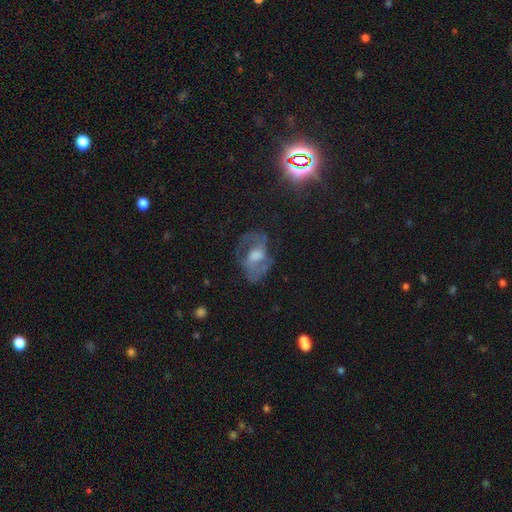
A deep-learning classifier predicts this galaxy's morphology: A featured or disk galaxy (70%) with a weak bar (45%), 2 (72%) medium (51%) spiral arms (82%) and a moderate central bulge (45%).

Vote fractions:
- Smooth or featured? featured or disk: 70% / smooth: 16% / star or artifact: 14%
- Edge-on disk? no: 96% / yes: 4%
- Bar? weak: 45% / no: 39% / strong: 16%
- Spiral arms? yes: 82% / no: 18%
- Spiral winding? medium: 51% / loose: 27% / tight: 21%
- Spiral arm count? 2: 72% / can't tell: 16% / 3: 5% / 1: 4% / 4: 2% / more than 4: 2%
- Bulge size? moderate: 45% / large: 20% / small: 19% / none: 14% / dominant: 2%
- Merging? none: 64% / minor disturbance: 19% / major disturbance: 16% / merger: 2%